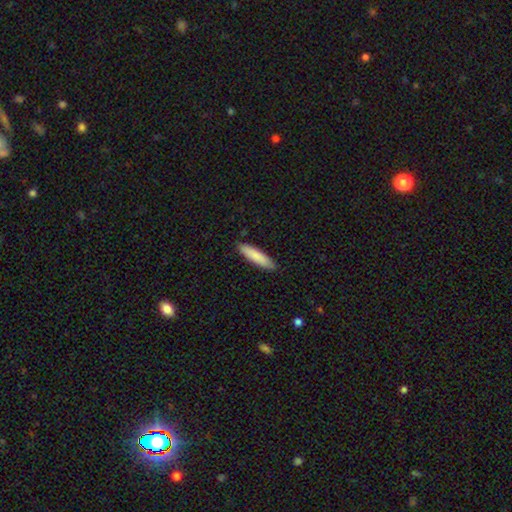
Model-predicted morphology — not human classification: A smooth galaxy with no disk features (85%) that is cigar-shaped (78%).

Vote fractions:
- Smooth or featured? smooth: 85% / featured or disk: 10% / star or artifact: 5%
- How rounded? cigar-shaped: 78% / in between: 21% / round: 1%
- Merging? none: 89% / minor disturbance: 8% / major disturbance: 1% / merger: 1%